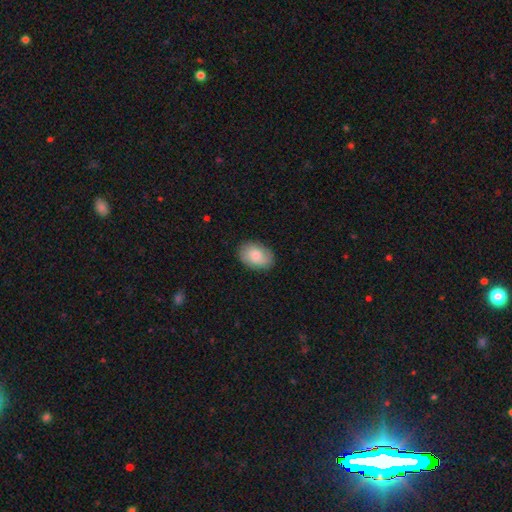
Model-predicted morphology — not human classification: Smooth or featured? smooth (74%)
How rounded? in between (83%)
Merging? none (84%)